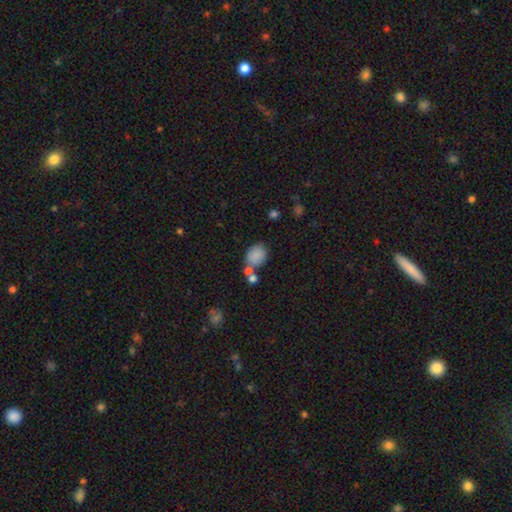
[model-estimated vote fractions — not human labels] This appears to be a smooth galaxy with no disk features (83%) that is in between round and cigar-shaped (50%). Merging: none (58%).